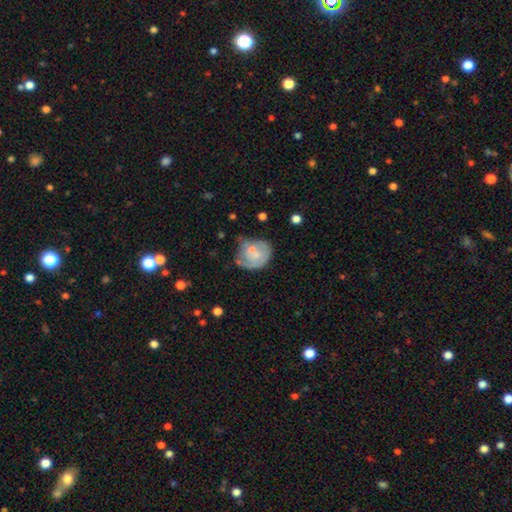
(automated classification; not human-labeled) Overall: featured or disk (50%; smooth 43%). Edge-on disk: no (97%). Merging: none (36%; minor disturbance 28%).